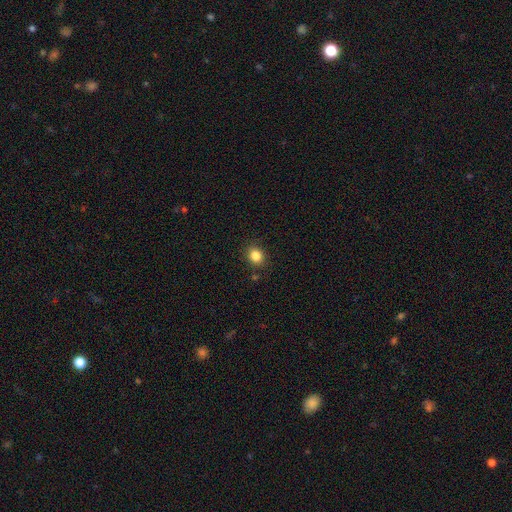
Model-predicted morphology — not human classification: This appears to be a smooth galaxy with no disk features (84%) that is round (71%). Merging: none (86%).